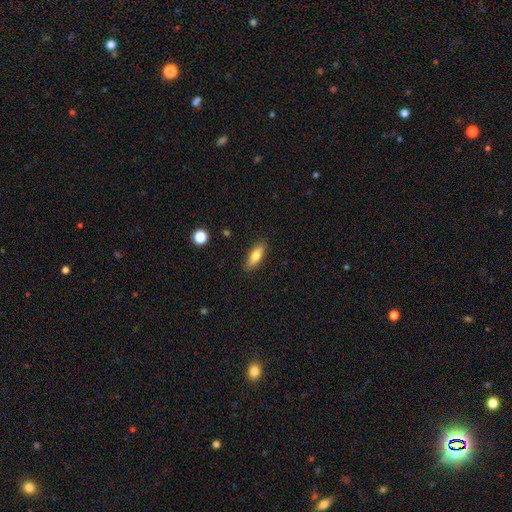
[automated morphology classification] The model was most divided on "how rounded": in between: 63%, cigar-shaped: 35%, round: 3%. More confident: merging — none (88%); smooth or featured — smooth (73%).